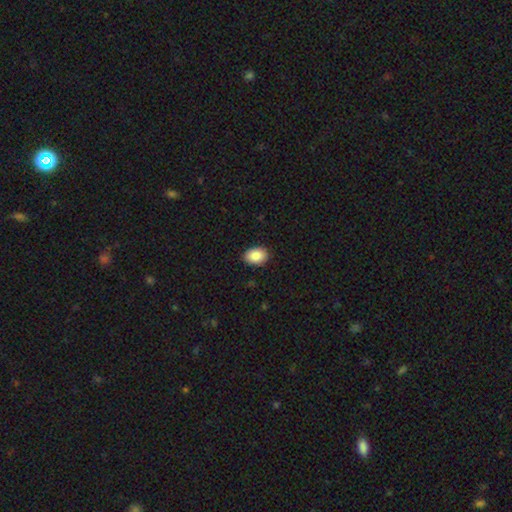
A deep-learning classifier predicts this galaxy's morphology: A smooth galaxy with no disk features (88%) that is in between round and cigar-shaped (80%).

Vote fractions:
- Smooth or featured? smooth: 88% / star or artifact: 7% / featured or disk: 5%
- How rounded? in between: 80% / round: 20% / cigar-shaped: 1%
- Merging? none: 89% / minor disturbance: 9% / major disturbance: 2% / merger: 1%